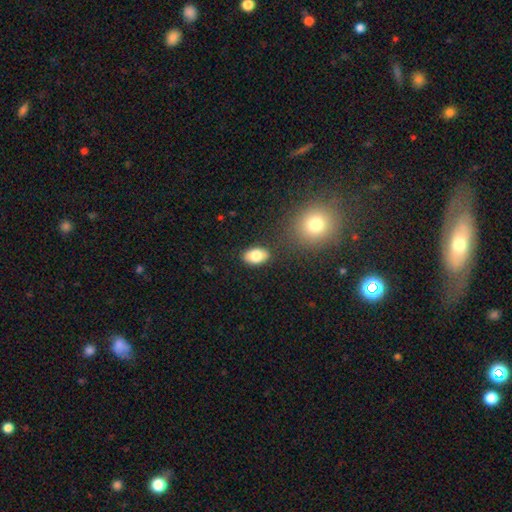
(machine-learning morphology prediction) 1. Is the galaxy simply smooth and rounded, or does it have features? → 81% smooth, 11% featured or disk, 8% star or artifact.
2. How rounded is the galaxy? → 89% in between, 10% round, 1% cigar-shaped.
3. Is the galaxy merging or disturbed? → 84% none, 10% minor disturbance, 4% merger, 3% major disturbance.